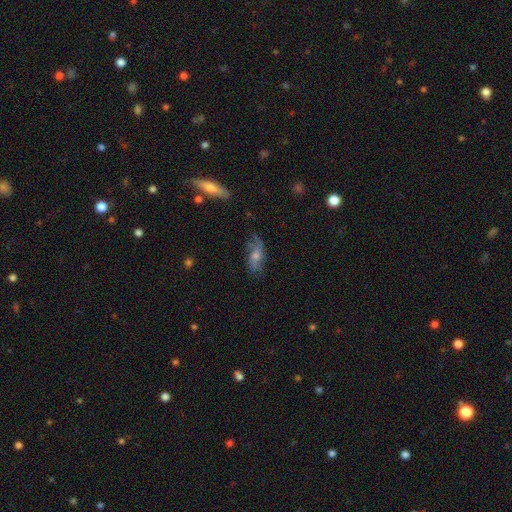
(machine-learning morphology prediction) Overall: featured or disk (55%; smooth 33%). Edge-on disk: no (79%). Merging: none (67%).